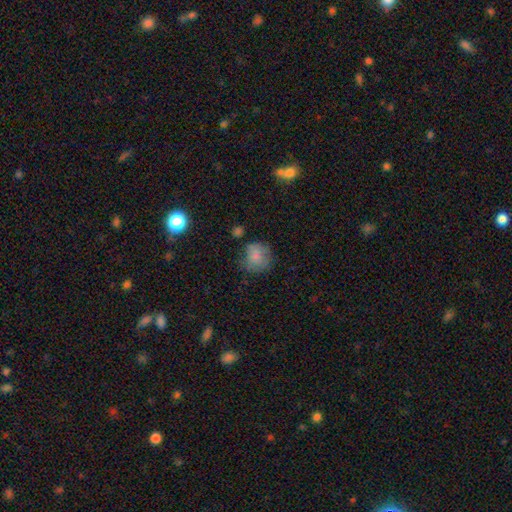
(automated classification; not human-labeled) smooth_or_featured: smooth (p=0.77) [alt: featured or disk p=0.13]
how_rounded: round (p=0.80) [alt: in between p=0.19]
merging: none (p=0.56) [alt: minor disturbance p=0.27]